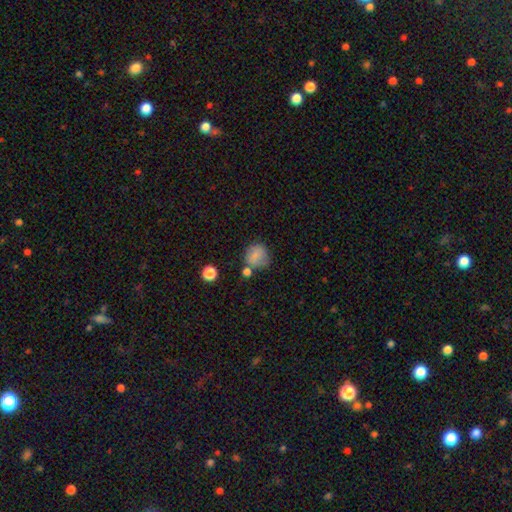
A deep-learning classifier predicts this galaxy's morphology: A smooth galaxy with no disk features (79%) that is round (79%).

Vote fractions:
- Smooth or featured? smooth: 79% / star or artifact: 11% / featured or disk: 11%
- How rounded? round: 79% / in between: 20% / cigar-shaped: 1%
- Merging? none: 55% / minor disturbance: 23% / merger: 13% / major disturbance: 9%